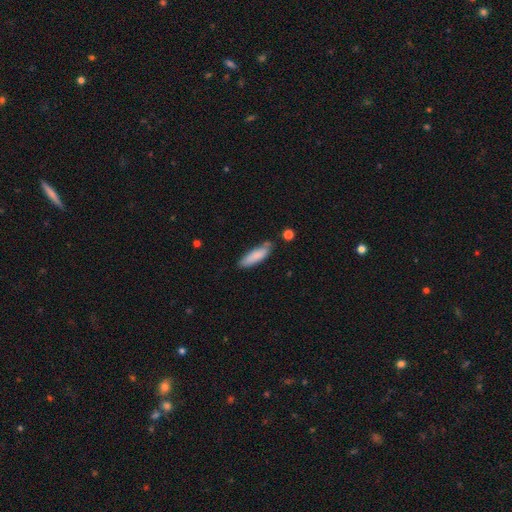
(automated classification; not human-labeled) Smooth or featured? Predicted: smooth (p=0.82). How rounded? Predicted: cigar-shaped (p=0.59). Merging? Predicted: none (p=0.66).